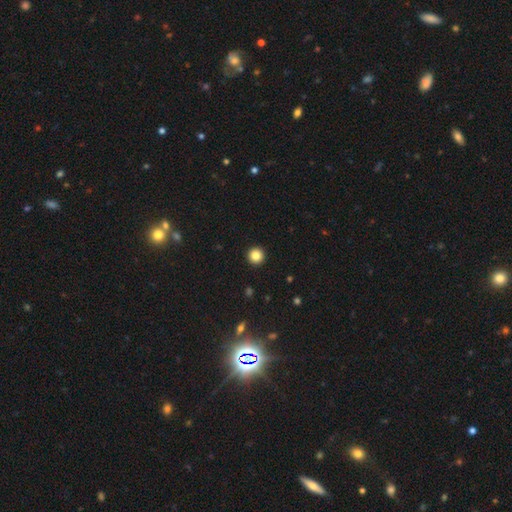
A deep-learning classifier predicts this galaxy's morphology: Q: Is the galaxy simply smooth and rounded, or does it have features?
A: smooth — 85%.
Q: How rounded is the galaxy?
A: round — 96%.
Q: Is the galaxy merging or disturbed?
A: none — 94%.